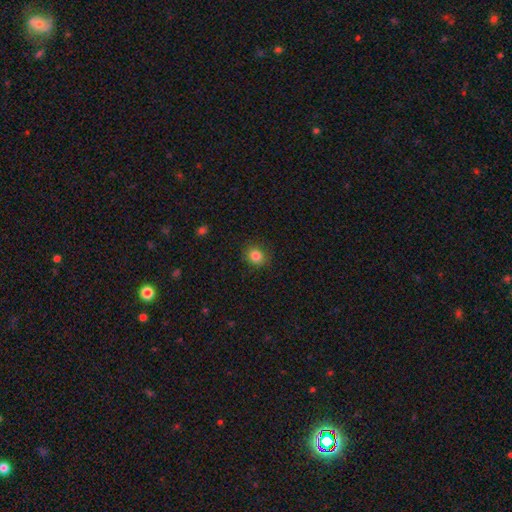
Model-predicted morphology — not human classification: A smooth galaxy with no disk features (84%) that is round (72%).

Vote fractions:
- Smooth or featured? smooth: 84% / star or artifact: 11% / featured or disk: 5%
- How rounded? round: 72% / in between: 28% / cigar-shaped: 1%
- Merging? none: 88% / minor disturbance: 9% / major disturbance: 2% / merger: 1%